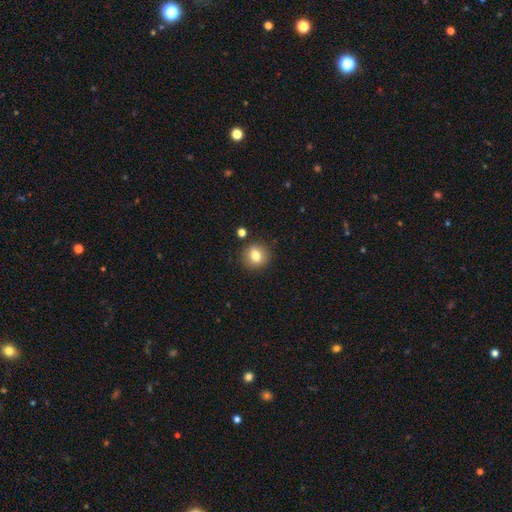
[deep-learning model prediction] Q: Smooth or featured?
A: smooth (78%); runner-up: featured or disk (12%)
Q: How rounded?
A: round (79%); runner-up: in between (20%)
Q: Merging?
A: none (86%); runner-up: minor disturbance (8%)